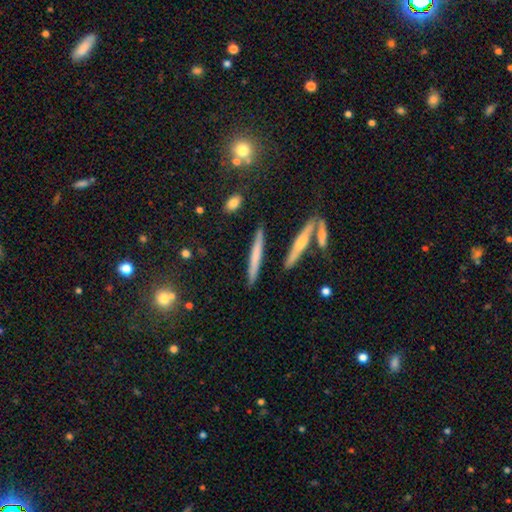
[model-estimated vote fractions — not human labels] Smooth or featured?
  - smooth: 56% *
  - featured or disk: 36%
  - star or artifact: 9%
How rounded?
  - cigar-shaped: 93% *
  - in between: 5%
  - round: 3%
Merging?
  - none: 84% *
  - minor disturbance: 9%
  - merger: 5%
  - major disturbance: 2%